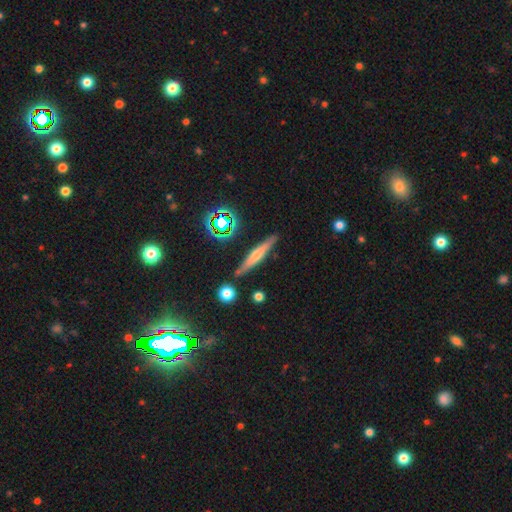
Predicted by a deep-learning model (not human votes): Smooth or featured? Predicted: featured or disk (p=0.49). Merging? Predicted: none (p=0.85).